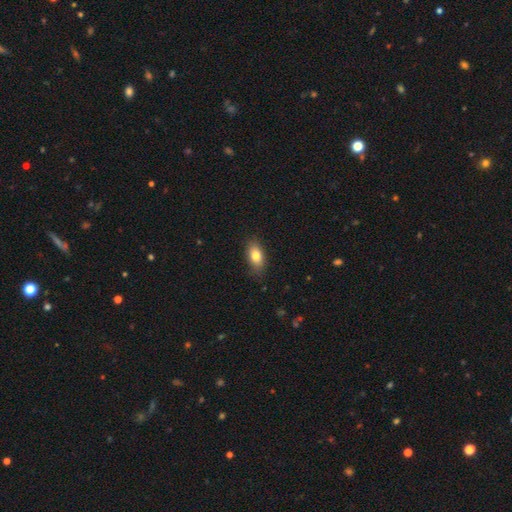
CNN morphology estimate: The model was most divided on "smooth or featured": smooth: 80%, featured or disk: 12%, star or artifact: 8%. More confident: how rounded — in between (86%); merging — none (83%).